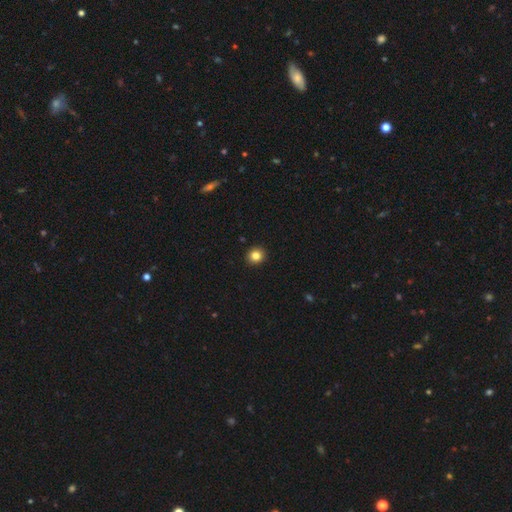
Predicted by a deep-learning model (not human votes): This appears to be a smooth galaxy with no disk features (84%) that is round (89%). Merging: none (93%).